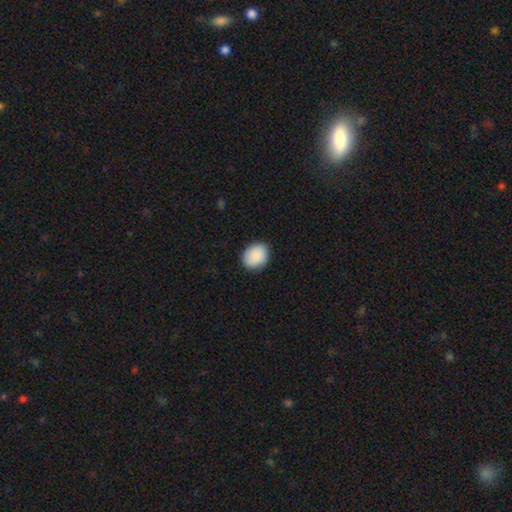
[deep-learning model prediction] Smooth or featured?
  - smooth: 88% *
  - star or artifact: 6%
  - featured or disk: 6%
How rounded?
  - round: 55% *
  - in between: 44%
  - cigar-shaped: 1%
Merging?
  - none: 87% *
  - minor disturbance: 10%
  - major disturbance: 2%
  - merger: 1%